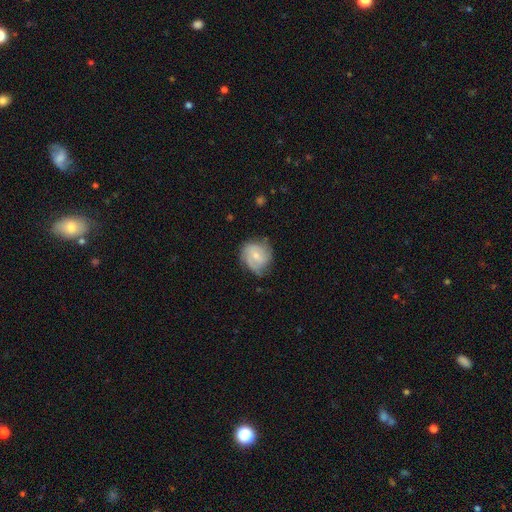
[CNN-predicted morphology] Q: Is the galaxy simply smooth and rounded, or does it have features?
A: featured or disk — 63%.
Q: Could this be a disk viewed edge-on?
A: no — 97%.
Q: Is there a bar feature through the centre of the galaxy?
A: no — 50%.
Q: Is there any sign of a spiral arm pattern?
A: yes — 89%.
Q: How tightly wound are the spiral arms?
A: tight — 49%.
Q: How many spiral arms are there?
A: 2 — 39%.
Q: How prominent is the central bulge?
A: small — 59%.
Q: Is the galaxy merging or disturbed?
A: none — 62%.